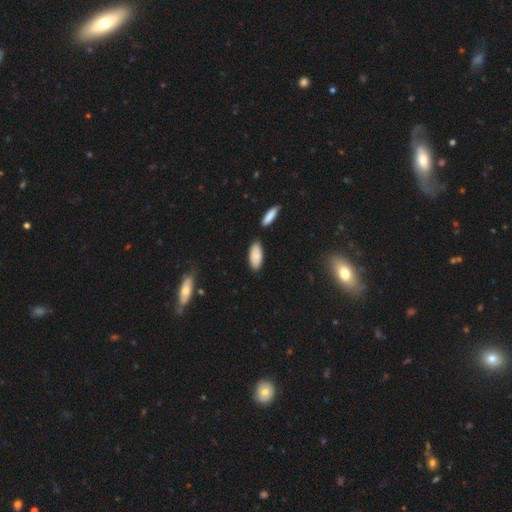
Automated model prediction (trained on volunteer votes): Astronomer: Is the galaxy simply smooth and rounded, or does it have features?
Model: smooth — 87%.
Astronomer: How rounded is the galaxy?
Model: in between — 85%.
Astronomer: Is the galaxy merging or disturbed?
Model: none — 78%.